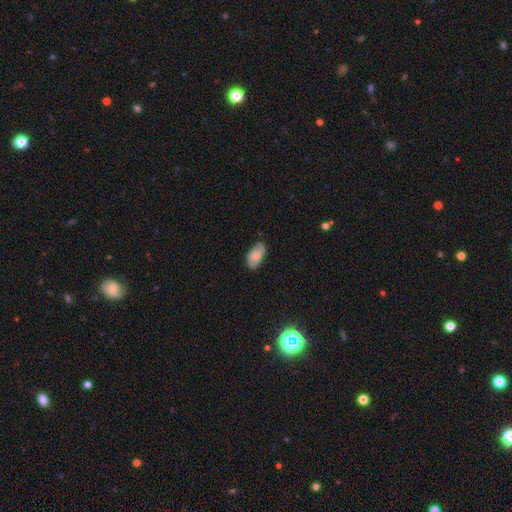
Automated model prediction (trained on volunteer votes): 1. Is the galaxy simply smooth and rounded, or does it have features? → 58% smooth, 34% featured or disk, 8% star or artifact.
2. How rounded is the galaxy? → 93% in between, 4% round, 3% cigar-shaped.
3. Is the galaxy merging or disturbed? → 72% none, 22% minor disturbance, 4% major disturbance, 1% merger.